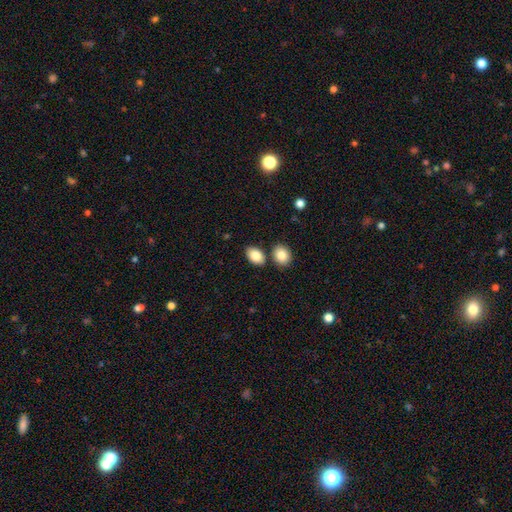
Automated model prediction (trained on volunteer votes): A smooth galaxy with no disk features (85%) that is in between round and cigar-shaped (86%).

Vote fractions:
- Smooth or featured? smooth: 85% / featured or disk: 8% / star or artifact: 7%
- How rounded? in between: 86% / round: 13% / cigar-shaped: 1%
- Merging? none: 74% / merger: 13% / minor disturbance: 10% / major disturbance: 3%